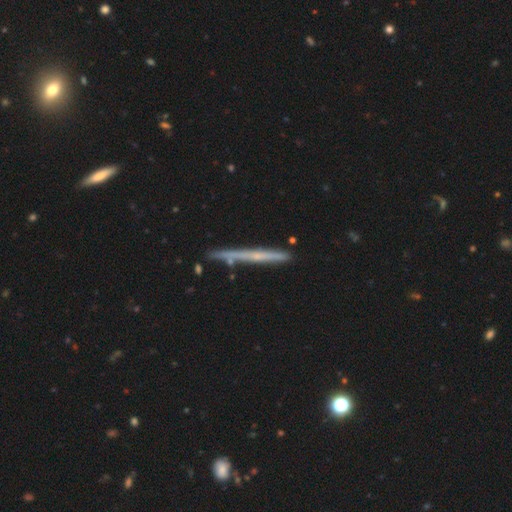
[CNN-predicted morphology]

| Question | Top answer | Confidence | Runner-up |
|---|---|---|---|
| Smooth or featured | featured or disk | 55% | smooth (36%) |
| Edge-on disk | yes | 94% | no (6%) |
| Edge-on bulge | none | 74% | rounded (21%) |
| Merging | none | 79% | minor disturbance (14%) |